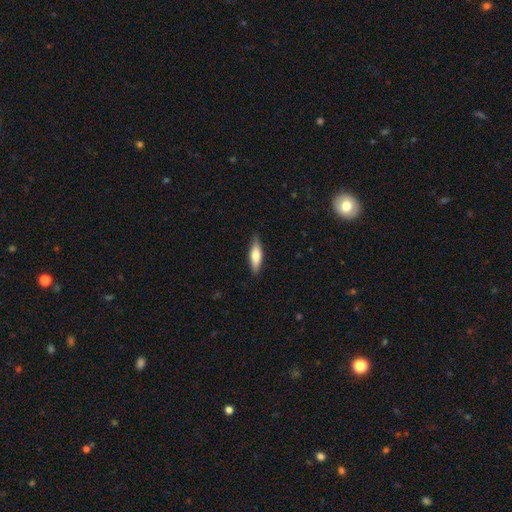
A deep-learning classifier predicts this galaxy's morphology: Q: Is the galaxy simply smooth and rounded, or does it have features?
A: smooth — 67%.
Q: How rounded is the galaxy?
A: cigar-shaped — 52%.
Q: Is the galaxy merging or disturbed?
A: none — 84%.